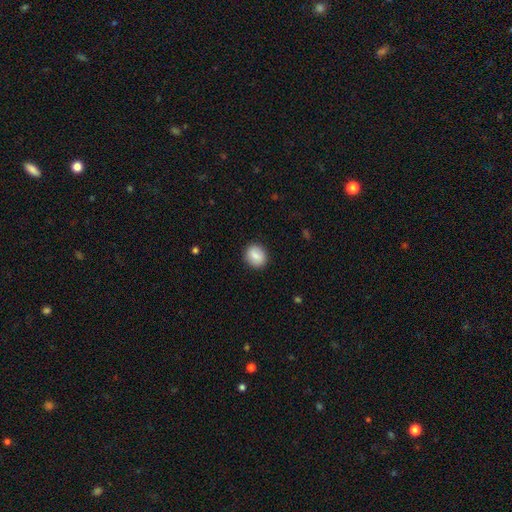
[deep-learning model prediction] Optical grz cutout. It shows a smooth galaxy with no disk features (83%) that is round (71%). Merging: none (89%).